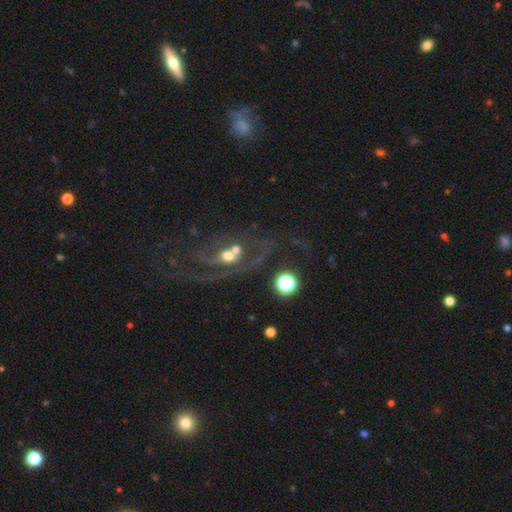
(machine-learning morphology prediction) type=featured or disk (62%); edge-on=no (88%); bar=no (55%); spiral arms=yes (70%); bulge=moderate (53%); merging=none (58%).